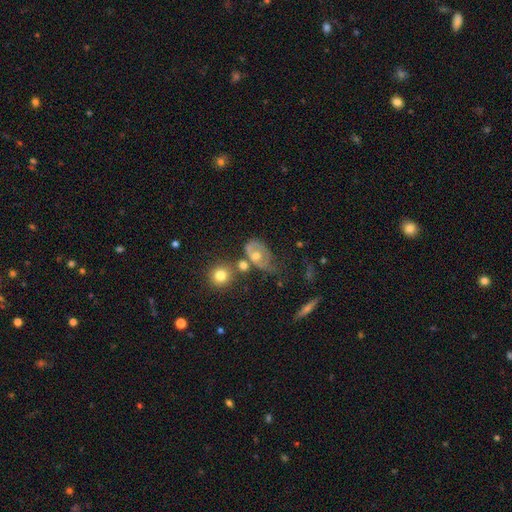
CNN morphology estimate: Smooth or featured? Predicted: featured or disk (p=0.48). Merging? Predicted: none (p=0.29).